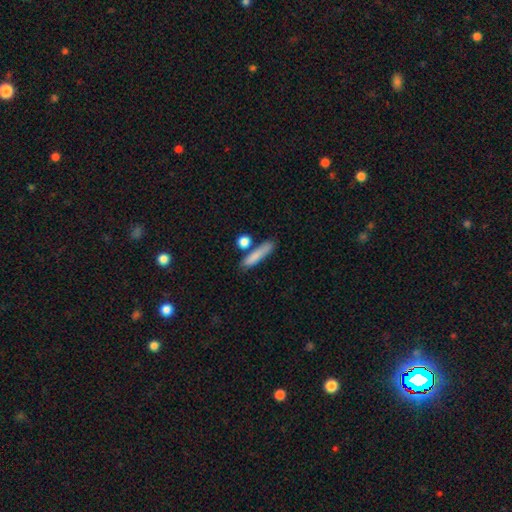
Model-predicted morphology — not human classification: This appears to be a smooth galaxy with no disk features (81%) that is cigar-shaped (70%). Merging: none (70%).